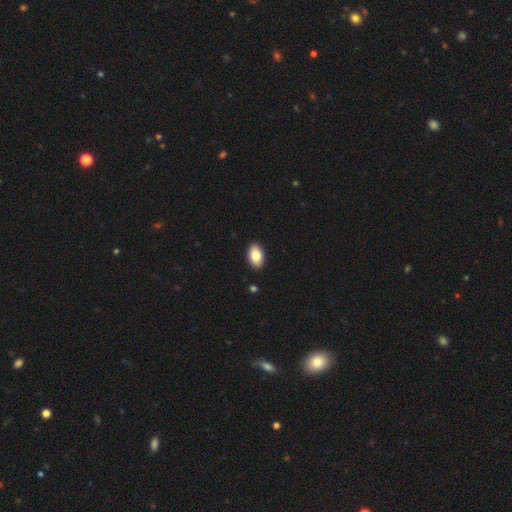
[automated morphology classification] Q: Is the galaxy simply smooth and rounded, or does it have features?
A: smooth — 84%.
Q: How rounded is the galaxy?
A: in between — 92%.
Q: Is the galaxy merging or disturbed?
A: none — 91%.